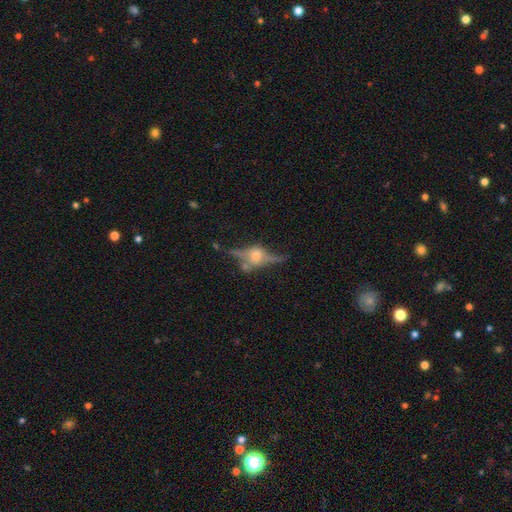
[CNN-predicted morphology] A featured or disk galaxy (78%) viewed edge-on (85%) with a rounded central bulge (92%).

Vote fractions:
- Smooth or featured? featured or disk: 78% / smooth: 12% / star or artifact: 10%
- Edge-on disk? yes: 85% / no: 15%
- Edge-on bulge? rounded: 92% / boxy: 6% / none: 2%
- Merging? none: 64% / minor disturbance: 17% / major disturbance: 11% / merger: 8%